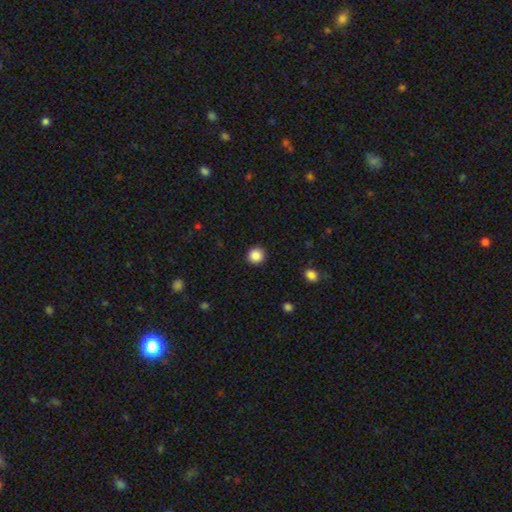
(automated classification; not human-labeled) A smooth galaxy with no disk features (87%) that is round (93%).

Vote fractions:
- Smooth or featured? smooth: 87% / star or artifact: 10% / featured or disk: 3%
- How rounded? round: 93% / in between: 6% / cigar-shaped: 1%
- Merging? none: 92% / minor disturbance: 5% / major disturbance: 2% / merger: 1%